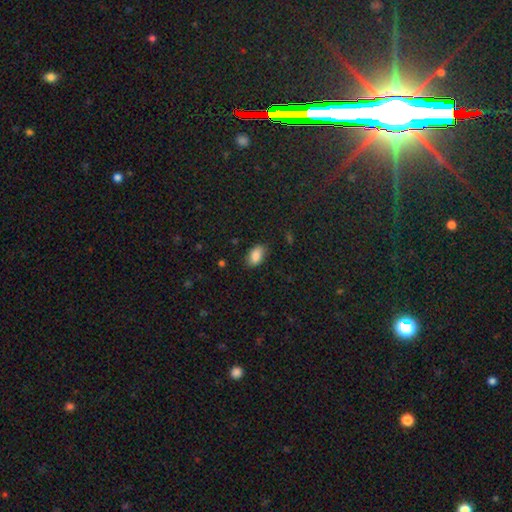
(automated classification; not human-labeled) This appears to be a smooth galaxy with no disk features (86%) that is in between round and cigar-shaped (92%). Merging: none (81%).